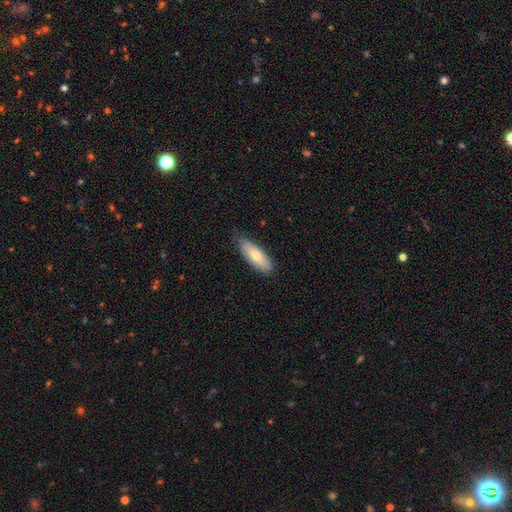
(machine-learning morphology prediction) smooth_or_featured: smooth (p=0.72) [alt: featured or disk p=0.22]
how_rounded: in between (p=0.66) [alt: cigar-shaped p=0.32]
merging: none (p=0.76) [alt: minor disturbance p=0.19]